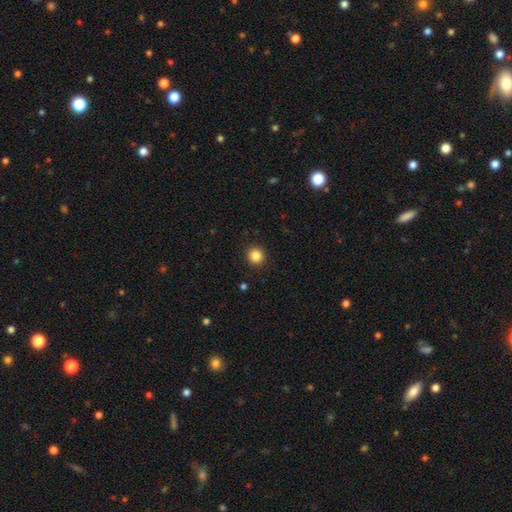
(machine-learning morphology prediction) Overall: smooth (85%). How rounded: round (94%). Merging: none (93%).